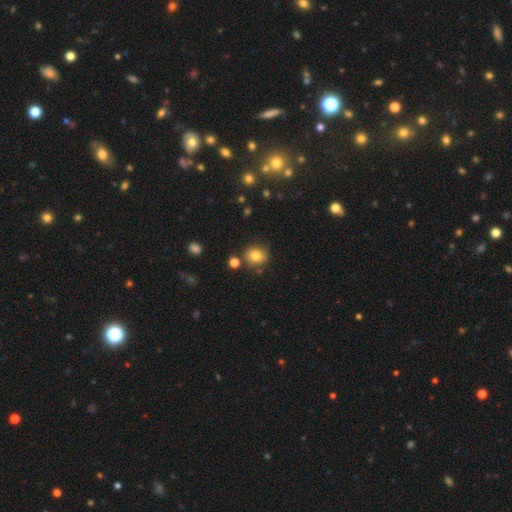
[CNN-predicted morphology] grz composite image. It shows a smooth galaxy with no disk features (81%) that is round (81%). Merging: none (81%).